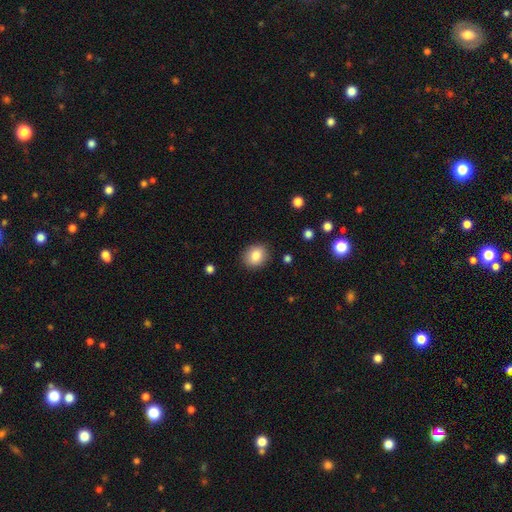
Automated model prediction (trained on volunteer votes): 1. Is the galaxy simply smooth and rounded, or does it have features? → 83% smooth, 9% star or artifact, 7% featured or disk.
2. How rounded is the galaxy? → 66% round, 33% in between, 1% cigar-shaped.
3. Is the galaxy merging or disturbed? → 88% none, 9% minor disturbance, 2% major disturbance, 1% merger.